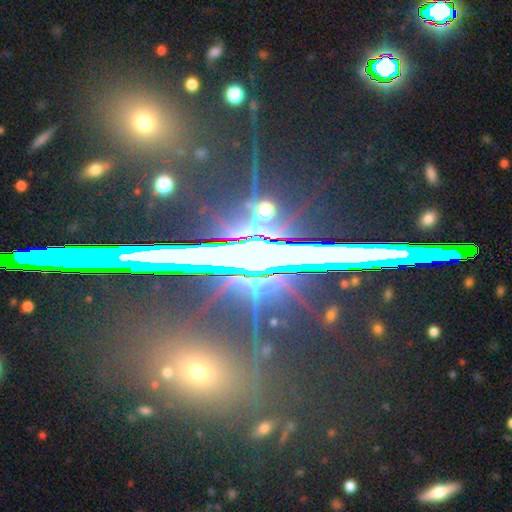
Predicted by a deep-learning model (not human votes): A star or artifact, not a galaxy (80%).

Vote fractions:
- Smooth or featured? star or artifact: 80% / featured or disk: 11% / smooth: 10%